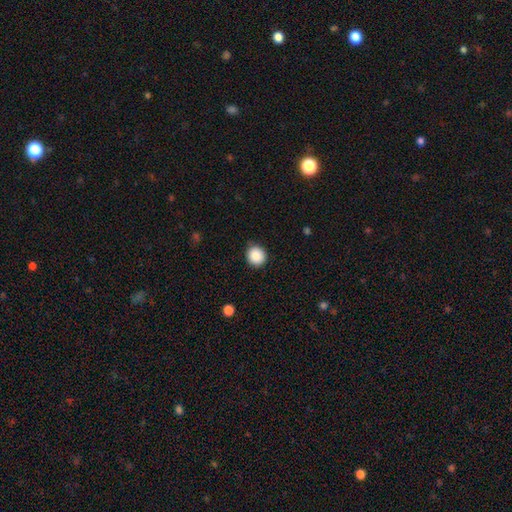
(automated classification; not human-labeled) Morphology: type=smooth (86%); roundness=round (89%); merging=none (87%).